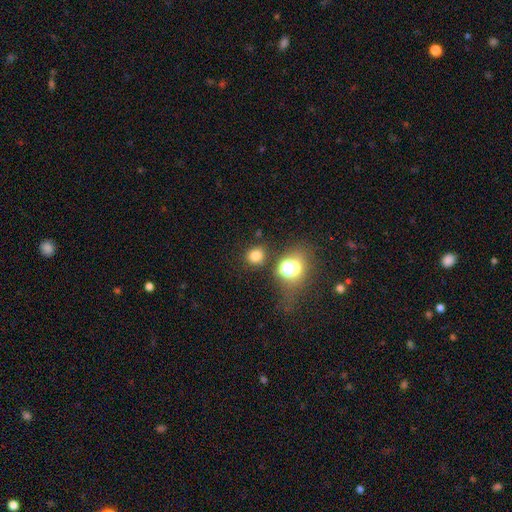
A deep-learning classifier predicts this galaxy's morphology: A smooth galaxy with no disk features (74%) that is round (79%).

Vote fractions:
- Smooth or featured? smooth: 74% / star or artifact: 19% / featured or disk: 7%
- How rounded? round: 79% / in between: 20% / cigar-shaped: 1%
- Merging? none: 77% / minor disturbance: 10% / merger: 8% / major disturbance: 4%